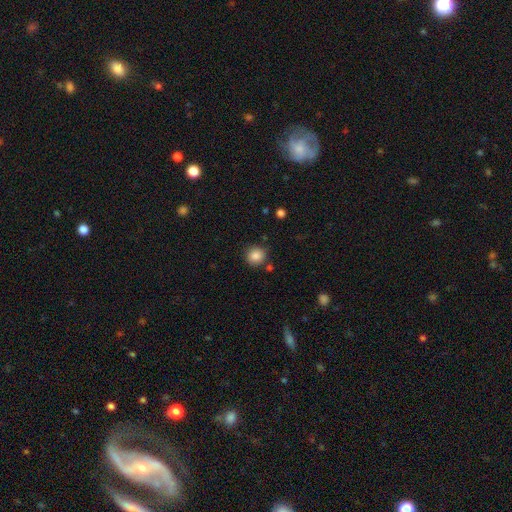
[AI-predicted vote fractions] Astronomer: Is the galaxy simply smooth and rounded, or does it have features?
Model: smooth — 86%.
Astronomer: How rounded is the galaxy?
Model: round — 91%.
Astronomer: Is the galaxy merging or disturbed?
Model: none — 85%.